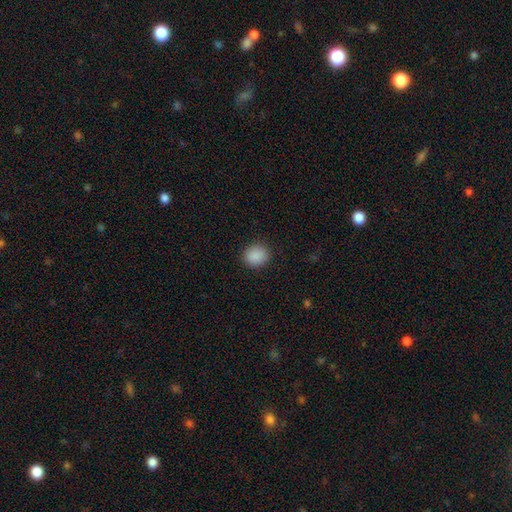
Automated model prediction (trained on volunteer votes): The model was most divided on "how rounded": round: 80%, in between: 19%, cigar-shaped: 1%. More confident: merging — none (90%); smooth or featured — smooth (89%).